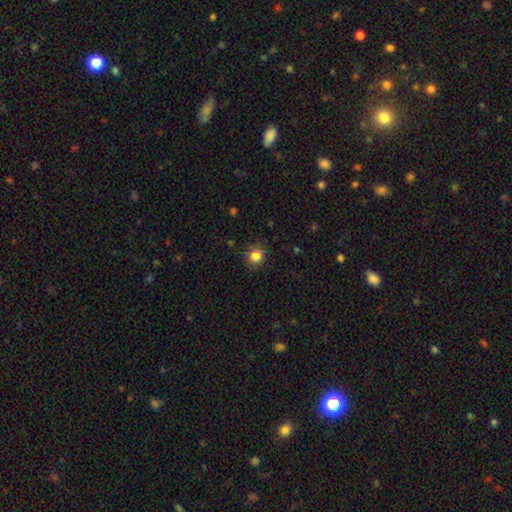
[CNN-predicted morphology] A smooth galaxy with no disk features (83%) that is round (80%).

Vote fractions:
- Smooth or featured? smooth: 83% / star or artifact: 11% / featured or disk: 5%
- How rounded? round: 80% / in between: 19% / cigar-shaped: 1%
- Merging? none: 85% / minor disturbance: 11% / major disturbance: 3% / merger: 1%